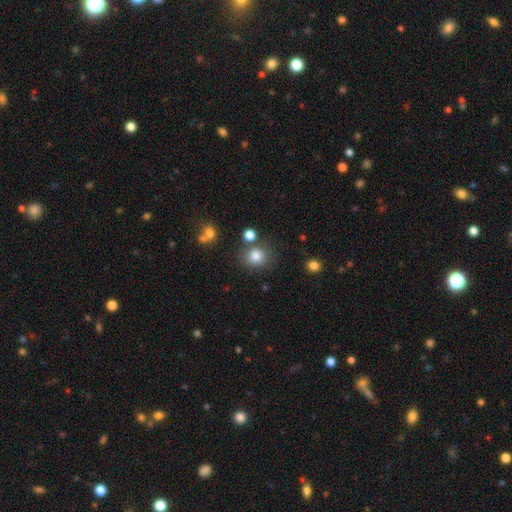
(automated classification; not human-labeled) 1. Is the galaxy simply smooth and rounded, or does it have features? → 82% smooth, 12% star or artifact, 6% featured or disk.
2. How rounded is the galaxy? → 81% round, 18% in between, 1% cigar-shaped.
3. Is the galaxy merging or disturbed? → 73% none, 12% minor disturbance, 10% merger, 5% major disturbance.